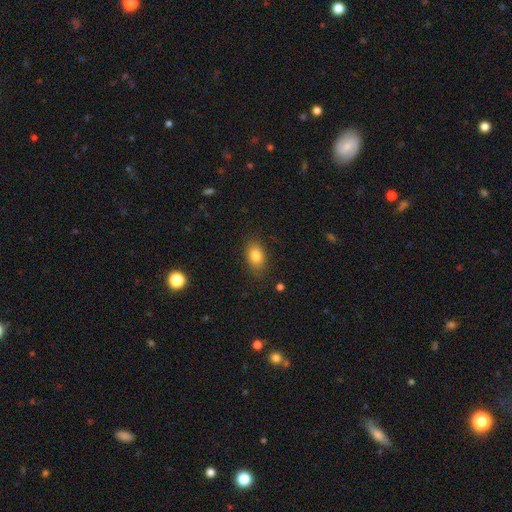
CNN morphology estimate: Smooth or featured? smooth (82%)
How rounded? in between (83%)
Merging? none (83%)